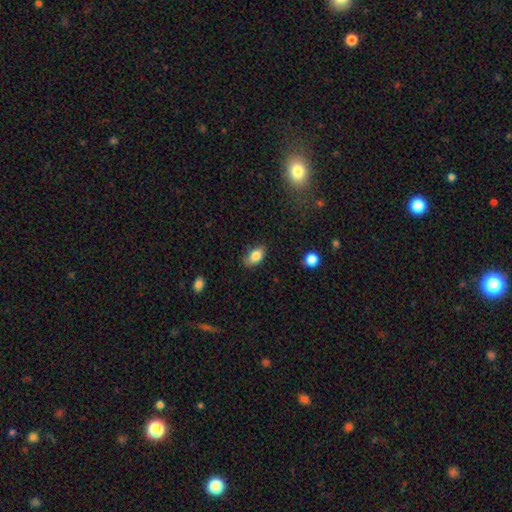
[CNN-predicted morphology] Smooth or featured?
  - smooth: 83% *
  - featured or disk: 9%
  - star or artifact: 8%
How rounded?
  - in between: 90% *
  - round: 7%
  - cigar-shaped: 3%
Merging?
  - none: 73% *
  - minor disturbance: 21%
  - major disturbance: 4%
  - merger: 2%